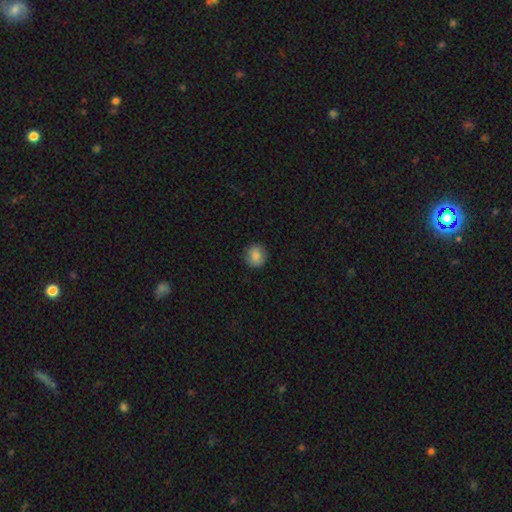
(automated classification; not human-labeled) smooth-or-featured: smooth: 83% | star or artifact: 9% | featured or disk: 7%
  how-rounded: round: 91% | in between: 8% | cigar-shaped: 1%
  merging: none: 89% | minor disturbance: 8% | major disturbance: 2% | merger: 1%